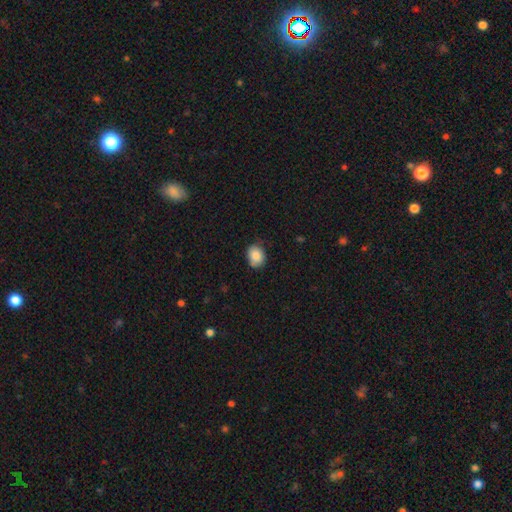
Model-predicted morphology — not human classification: The model was most divided on "how rounded": round: 50%, in between: 49%, cigar-shaped: 1%. More confident: smooth or featured — smooth (85%); merging — none (73%).